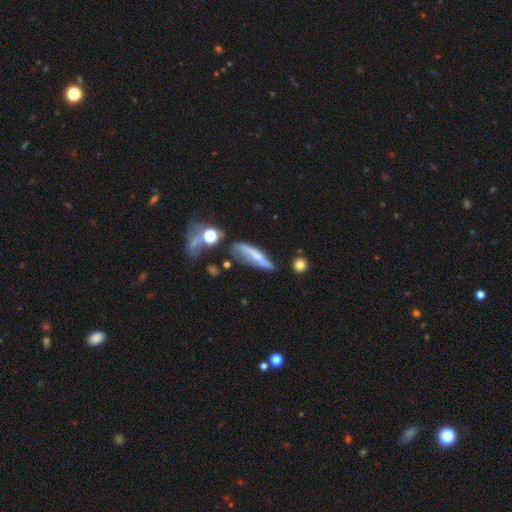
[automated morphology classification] Smooth or featured? featured or disk (50%)
Merging? none (38%)